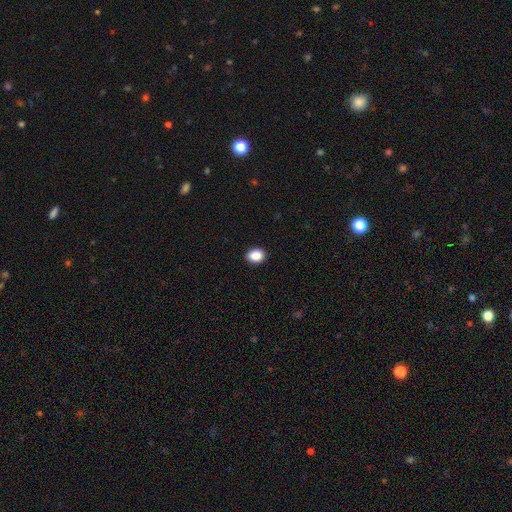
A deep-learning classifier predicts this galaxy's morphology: smooth_or_featured: smooth (p=0.89) [alt: star or artifact p=0.08]
how_rounded: in between (p=0.59) [alt: round p=0.40]
merging: none (p=0.91) [alt: minor disturbance p=0.06]